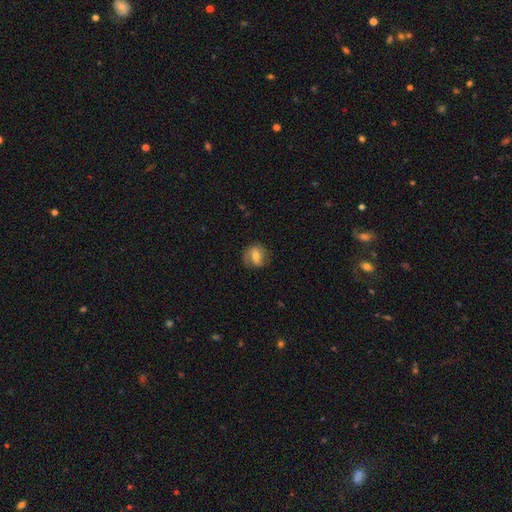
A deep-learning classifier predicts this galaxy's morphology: A featured or disk galaxy (50%). Merging: none (72%).